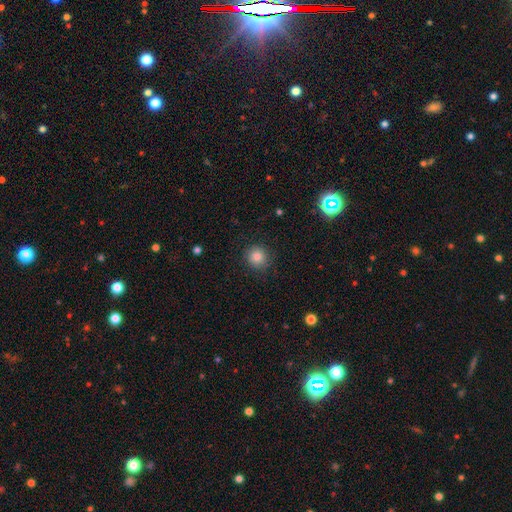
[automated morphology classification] type=smooth (82%); roundness=round (90%); merging=none (88%).